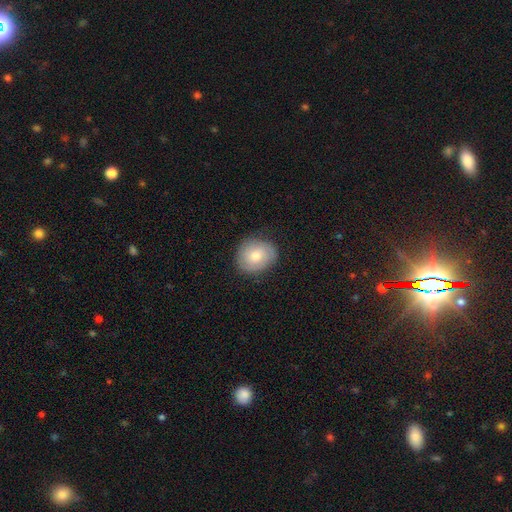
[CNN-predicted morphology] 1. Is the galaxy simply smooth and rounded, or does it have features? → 55% smooth, 38% featured or disk, 7% star or artifact.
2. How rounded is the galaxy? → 69% round, 30% in between, 1% cigar-shaped.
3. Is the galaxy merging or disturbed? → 81% none, 15% minor disturbance, 4% major disturbance, 1% merger.